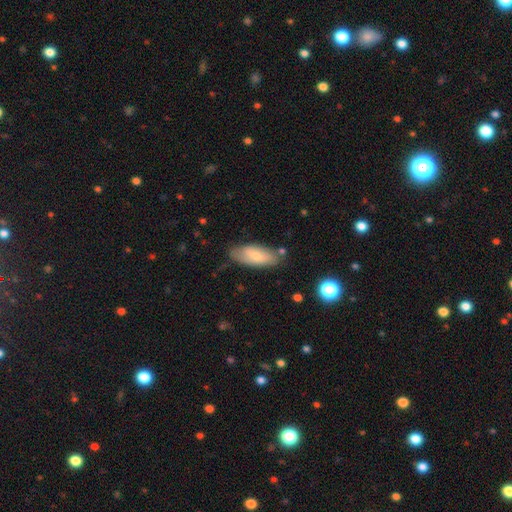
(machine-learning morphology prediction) Overall: smooth (67%). How rounded: in between (83%). Merging: none (72%).